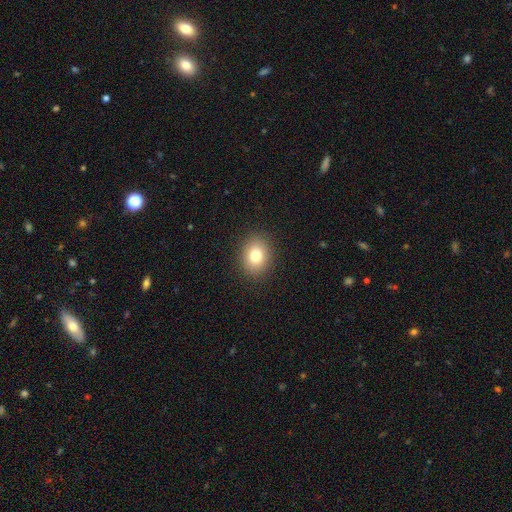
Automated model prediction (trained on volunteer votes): Overall: smooth (80%). How rounded: round (53%; in between 46%). Merging: none (89%).